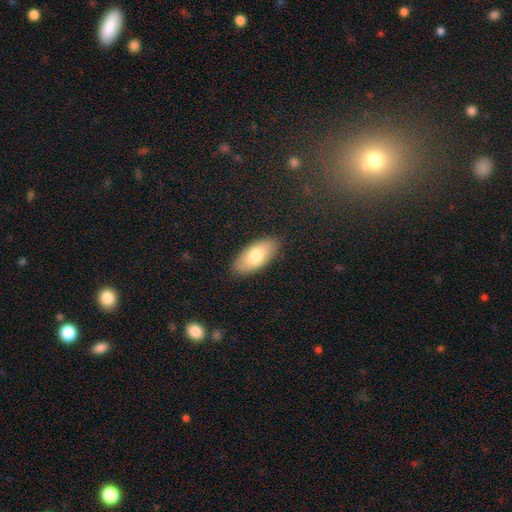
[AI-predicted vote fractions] Smooth or featured: smooth — 76% (featured or disk — 18%)
How rounded: in between — 90% (cigar-shaped — 8%)
Merging: none — 87% (minor disturbance — 10%)